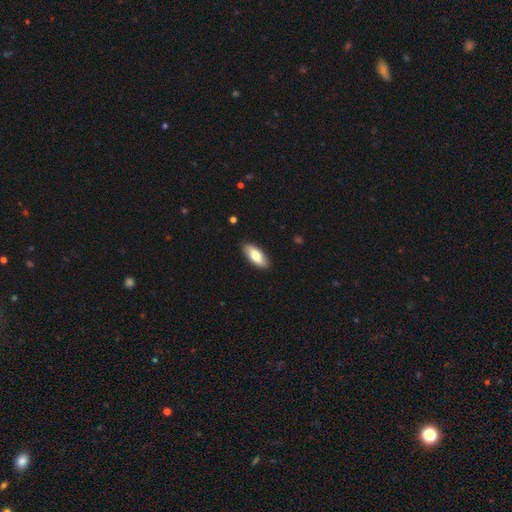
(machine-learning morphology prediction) A smooth galaxy with no disk features (76%) that is in between round and cigar-shaped (85%). Merging: none (89%).